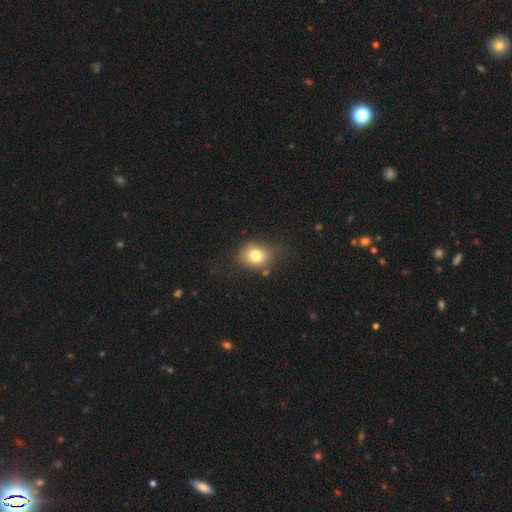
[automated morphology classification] Q: Smooth or featured?
A: smooth (78%); runner-up: featured or disk (12%)
Q: How rounded?
A: round (55%); runner-up: in between (44%)
Q: Merging?
A: none (66%); runner-up: minor disturbance (23%)